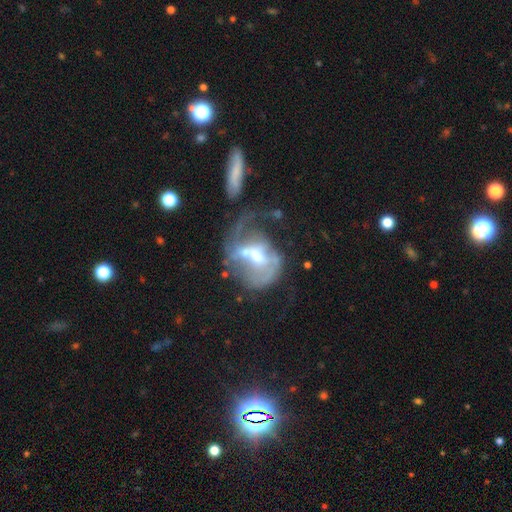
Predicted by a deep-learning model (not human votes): This appears to be a featured or disk galaxy (70%) with no bar (43%), spiral arms (60%) and a moderate central bulge (56%). Merging: major disturbance (46%).